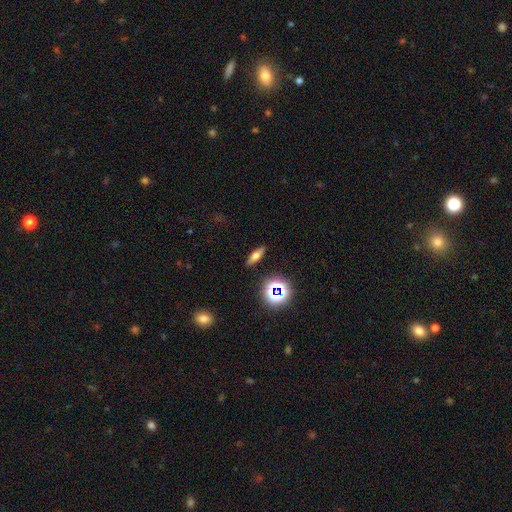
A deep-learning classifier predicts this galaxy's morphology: This is possibly a smooth galaxy (57%). How rounded: possibly in between (48%). Merging: clearly none (89%).